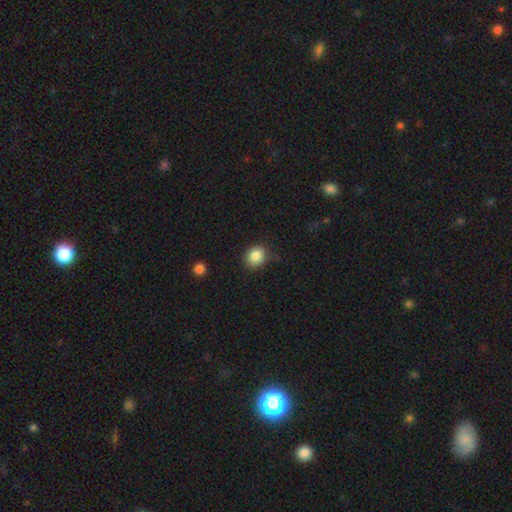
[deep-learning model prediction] Overall: smooth (86%). How rounded: round (66%; in between 33%). Merging: none (84%).